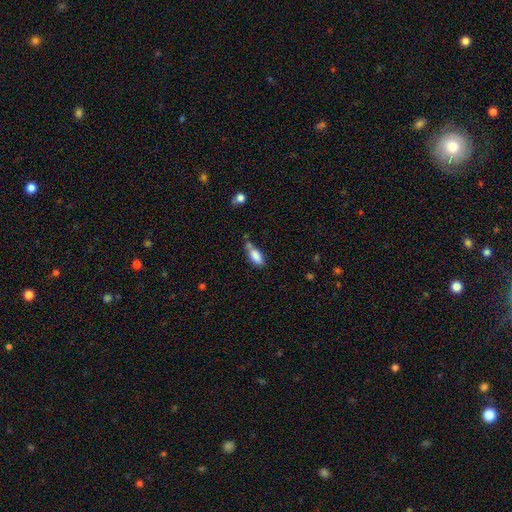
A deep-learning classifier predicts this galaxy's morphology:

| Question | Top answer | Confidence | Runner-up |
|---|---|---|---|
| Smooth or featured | smooth | 85% | featured or disk (8%) |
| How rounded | in between | 85% | cigar-shaped (13%) |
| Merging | none | 50% | minor disturbance (26%) |